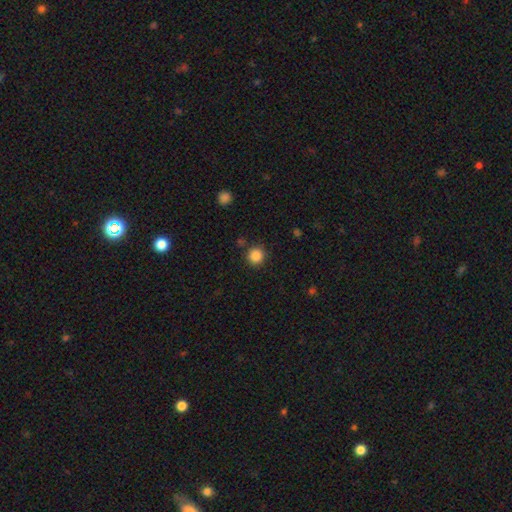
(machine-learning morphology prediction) Q: Smooth or featured?
A: smooth (86%); runner-up: star or artifact (11%)
Q: How rounded?
A: round (94%); runner-up: in between (5%)
Q: Merging?
A: none (88%); runner-up: minor disturbance (7%)